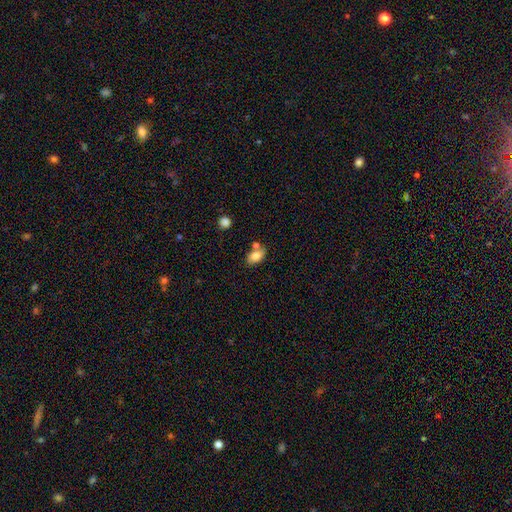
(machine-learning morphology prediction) type=smooth (81%); roundness=in between (88%); merging=none (62%).